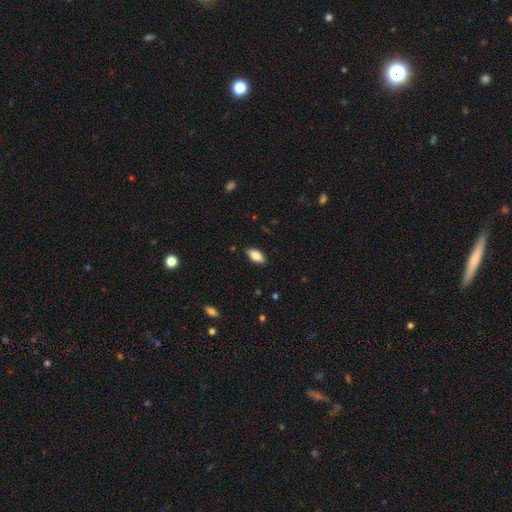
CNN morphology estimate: A smooth galaxy with no disk features (81%) that is in between round and cigar-shaped (88%).

Vote fractions:
- Smooth or featured? smooth: 81% / featured or disk: 13% / star or artifact: 7%
- How rounded? in between: 88% / cigar-shaped: 10% / round: 2%
- Merging? none: 88% / minor disturbance: 9% / major disturbance: 2% / merger: 1%